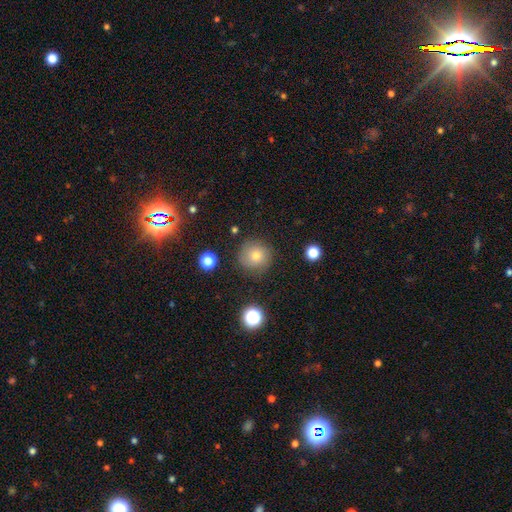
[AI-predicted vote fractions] Smooth or featured: smooth — 70% (star or artifact — 16%)
How rounded: round — 94% (in between — 5%)
Merging: none — 84% (minor disturbance — 11%)